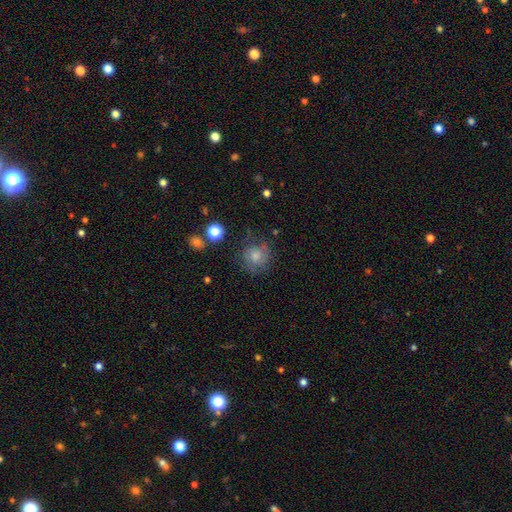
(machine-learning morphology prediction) smooth 71%, featured or disk 19%, star or artifact 11%. Down the decision tree: how rounded — round (87%); merging — none (63%).